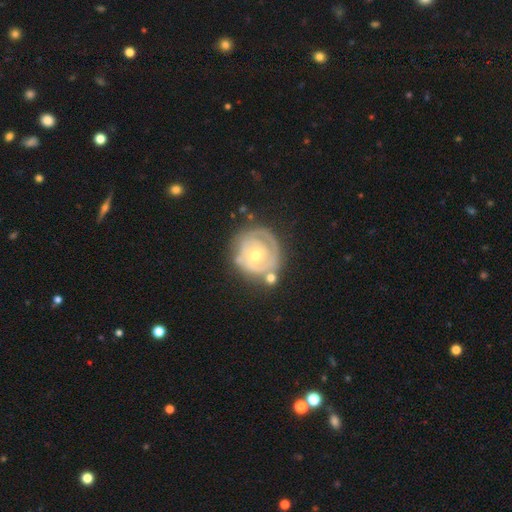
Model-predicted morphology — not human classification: A featured or disk galaxy (76%) with no bar (79%), tight (74%) spiral arms (77%) and a small central bulge (50%).

Vote fractions:
- Smooth or featured? featured or disk: 76% / smooth: 19% / star or artifact: 5%
- Edge-on disk? no: 97% / yes: 3%
- Bar? no: 79% / weak: 17% / strong: 4%
- Spiral arms? yes: 77% / no: 23%
- Spiral winding? tight: 74% / medium: 19% / loose: 8%
- Spiral arm count? can't tell: 35% / 2: 28% / 1: 20% / 3: 11% / 4: 3% / more than 4: 3%
- Bulge size? small: 50% / moderate: 45% / large: 2% / none: 1% / dominant: 1%
- Merging? none: 60% / minor disturbance: 21% / major disturbance: 11% / merger: 9%